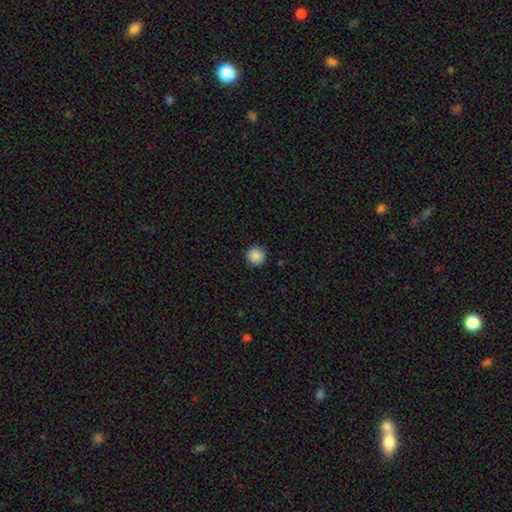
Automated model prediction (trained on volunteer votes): Smooth or featured? Predicted: smooth (p=0.88). How rounded? Predicted: round (p=0.96). Merging? Predicted: none (p=0.92).